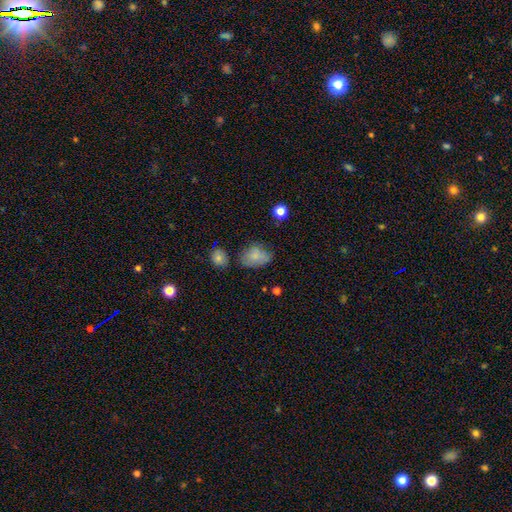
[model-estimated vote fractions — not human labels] Smooth or featured?
  - smooth: 79% *
  - featured or disk: 11%
  - star or artifact: 10%
How rounded?
  - in between: 76% *
  - round: 23%
  - cigar-shaped: 1%
Merging?
  - none: 56% *
  - minor disturbance: 30%
  - major disturbance: 9%
  - merger: 5%